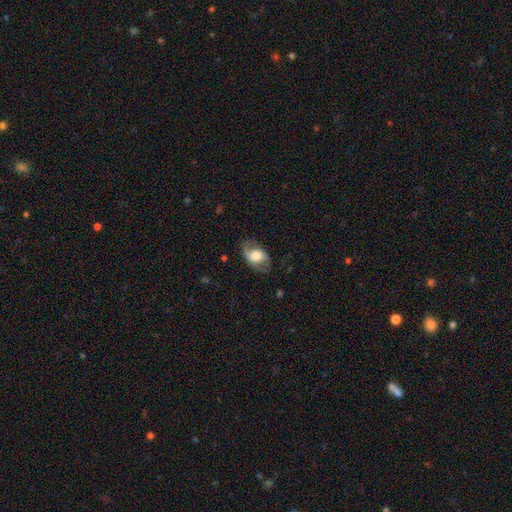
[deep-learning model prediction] Smooth or featured? featured or disk (48%)
Merging? none (71%)